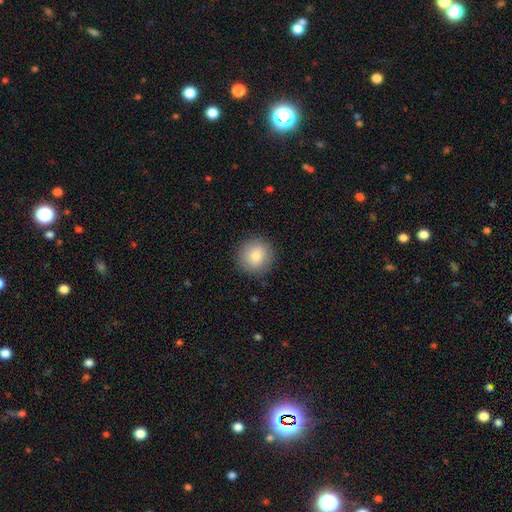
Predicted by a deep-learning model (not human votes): Smooth or featured?
  - smooth: 82% *
  - featured or disk: 9%
  - star or artifact: 8%
How rounded?
  - round: 93% *
  - in between: 6%
  - cigar-shaped: 1%
Merging?
  - none: 88% *
  - minor disturbance: 8%
  - major disturbance: 2%
  - merger: 1%